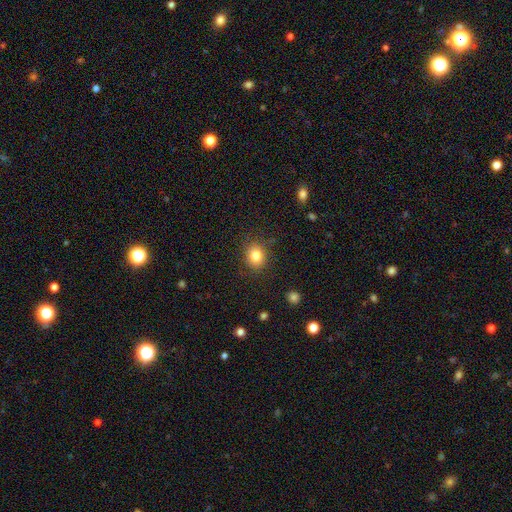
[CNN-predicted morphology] Smooth or featured?
  - smooth: 84% *
  - star or artifact: 10%
  - featured or disk: 6%
How rounded?
  - round: 61% *
  - in between: 38%
  - cigar-shaped: 1%
Merging?
  - none: 84% *
  - minor disturbance: 11%
  - major disturbance: 4%
  - merger: 1%